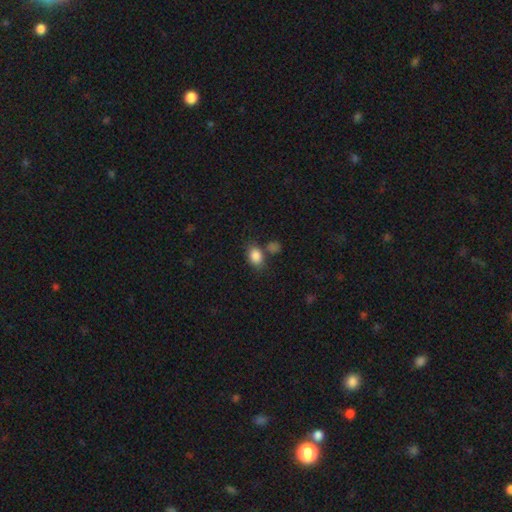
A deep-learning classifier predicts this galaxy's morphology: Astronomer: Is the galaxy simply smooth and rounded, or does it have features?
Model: smooth — 85%.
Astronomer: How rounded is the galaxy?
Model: in between — 74%.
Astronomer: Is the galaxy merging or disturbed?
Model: none — 62%.